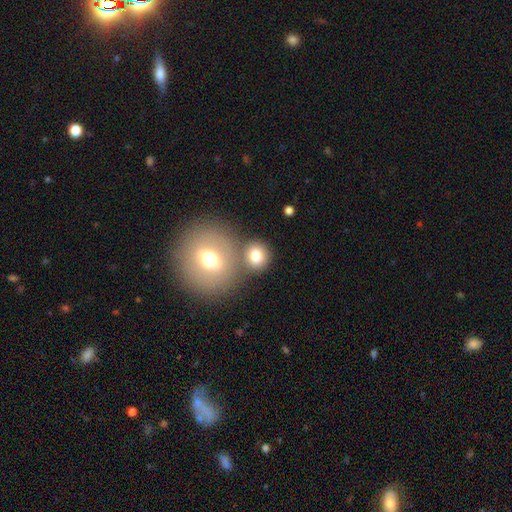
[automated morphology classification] Smooth or featured? smooth (75%)
How rounded? round (82%)
Merging? none (58%)